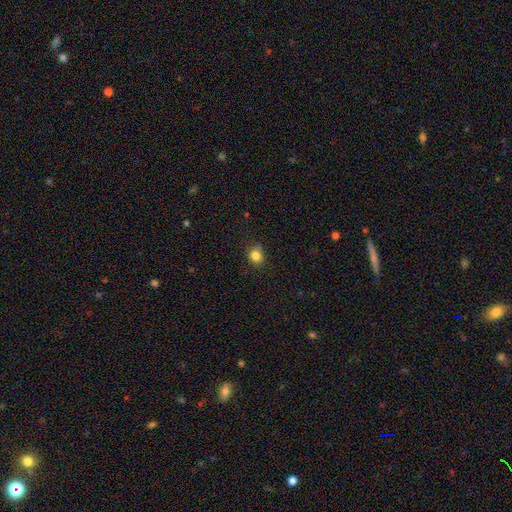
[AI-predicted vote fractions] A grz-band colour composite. It shows a smooth galaxy with no disk features (83%) that is round (77%). Merging: none (82%).